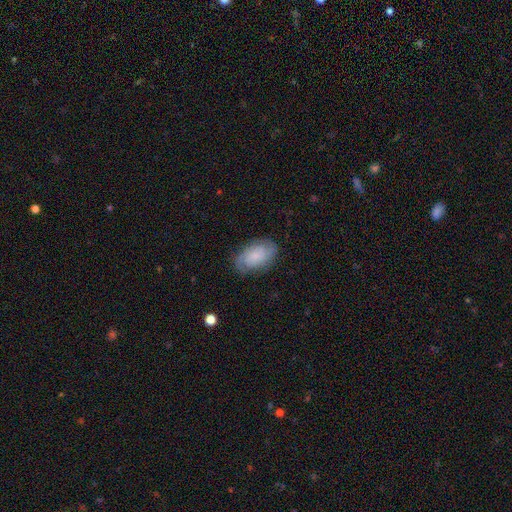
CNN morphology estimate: Overall: featured or disk (59%; smooth 33%). Edge-on disk: no (96%). Bar: no (69%). Spiral arms: yes (92%). Spiral arm count: 2 (69%). Spiral winding: tight (53%; medium 37%). Bulge size: small (55%; none 21%). Merging: none (79%).